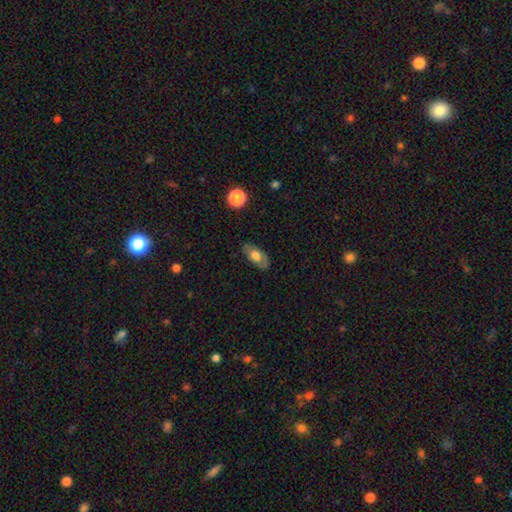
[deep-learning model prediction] smooth_or_featured: smooth (p=0.56) [alt: featured or disk p=0.37]
how_rounded: in between (p=0.88) [alt: cigar-shaped p=0.06]
merging: none (p=0.76) [alt: minor disturbance p=0.18]